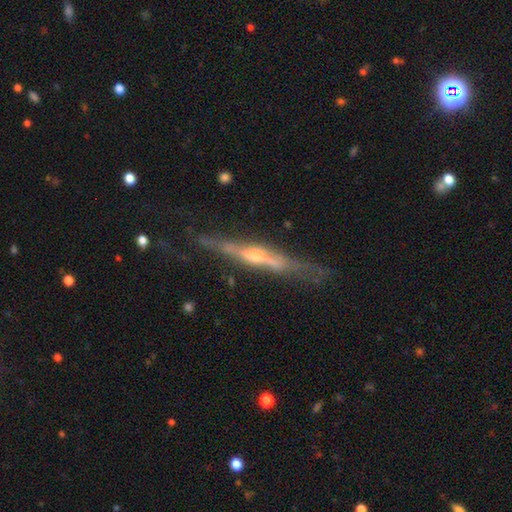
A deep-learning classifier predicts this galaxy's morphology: Smooth or featured?
  - featured or disk: 79% *
  - smooth: 15%
  - star or artifact: 6%
Edge-on disk?
  - yes: 94% *
  - no: 6%
Edge-on bulge?
  - rounded: 74% *
  - none: 19%
  - boxy: 7%
Merging?
  - none: 70% *
  - minor disturbance: 21%
  - major disturbance: 6%
  - merger: 2%